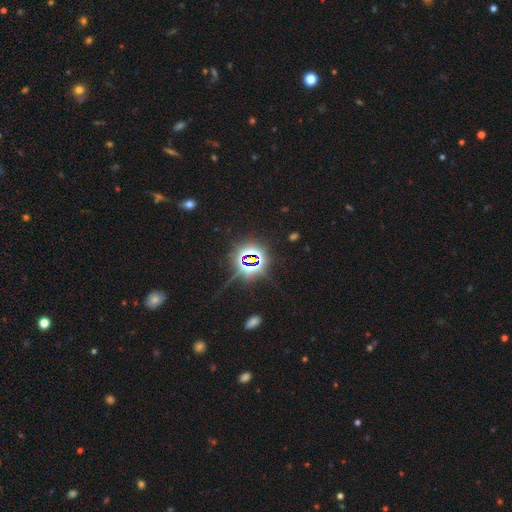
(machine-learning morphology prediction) star or artifact 81%, smooth 11%, featured or disk 8%.